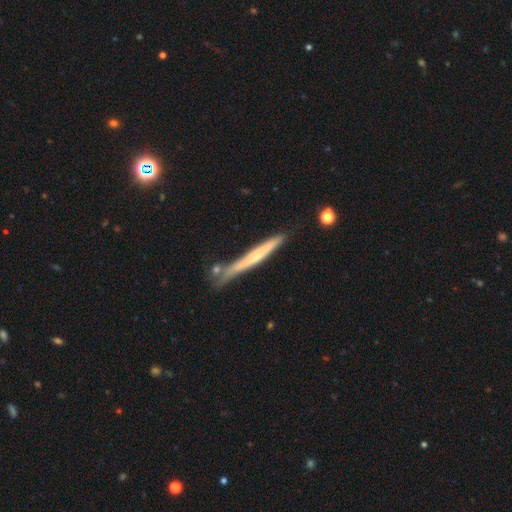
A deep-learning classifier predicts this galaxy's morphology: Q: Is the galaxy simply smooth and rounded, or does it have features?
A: featured or disk — 50%.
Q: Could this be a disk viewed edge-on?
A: yes — 95%.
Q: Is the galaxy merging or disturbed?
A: none — 72%.